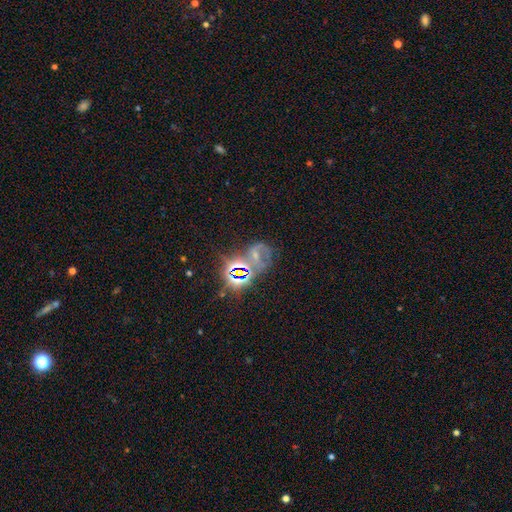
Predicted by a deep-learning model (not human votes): Morphology: type=star or artifact (46%).